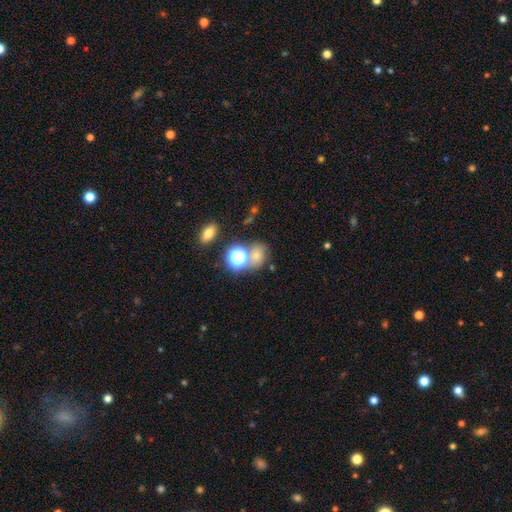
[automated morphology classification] Smooth or featured?
  - smooth: 62% *
  - star or artifact: 25%
  - featured or disk: 12%
How rounded?
  - round: 61% *
  - in between: 37%
  - cigar-shaped: 1%
Merging?
  - none: 56% *
  - merger: 25%
  - minor disturbance: 12%
  - major disturbance: 7%